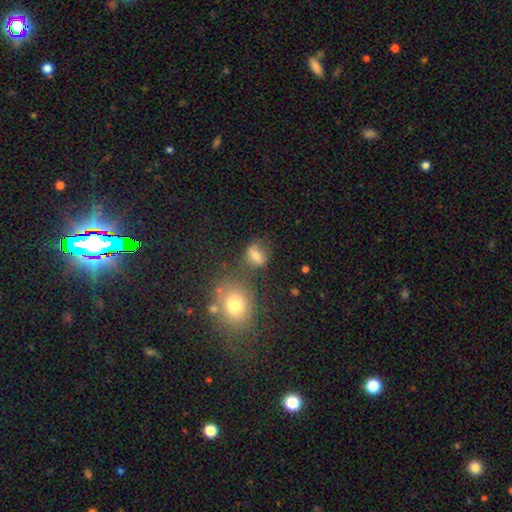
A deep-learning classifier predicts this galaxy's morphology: Smooth or featured?
  - smooth: 67% *
  - star or artifact: 16%
  - featured or disk: 16%
How rounded?
  - round: 55% *
  - in between: 42%
  - cigar-shaped: 2%
Merging?
  - none: 66% *
  - minor disturbance: 16%
  - merger: 11%
  - major disturbance: 7%